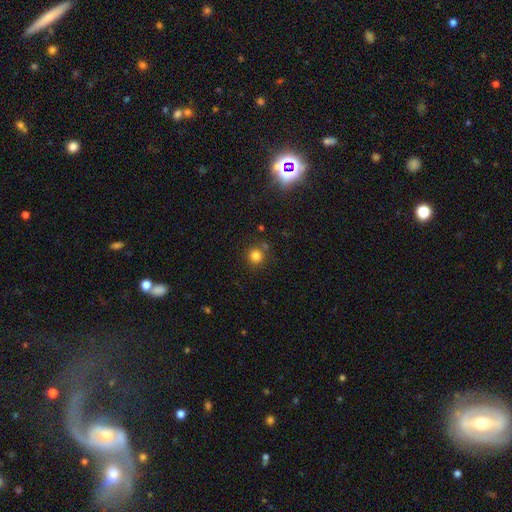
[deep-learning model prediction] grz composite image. It shows a smooth galaxy with no disk features (81%) that is round (92%). Merging: none (78%).